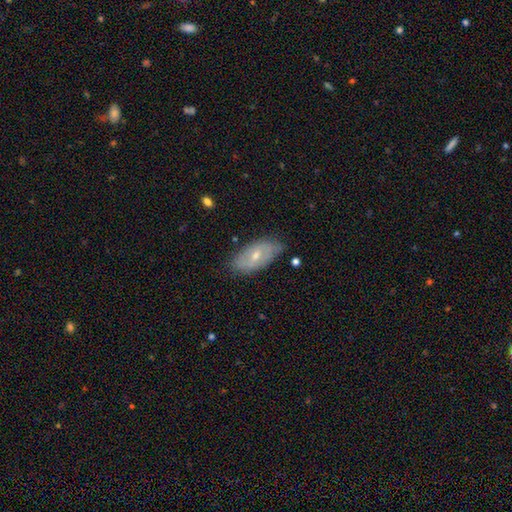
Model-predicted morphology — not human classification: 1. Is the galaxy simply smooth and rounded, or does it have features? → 56% featured or disk, 37% smooth, 7% star or artifact.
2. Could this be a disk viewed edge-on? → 88% no, 12% yes.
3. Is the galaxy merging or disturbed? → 77% none, 18% minor disturbance, 3% major disturbance, 1% merger.